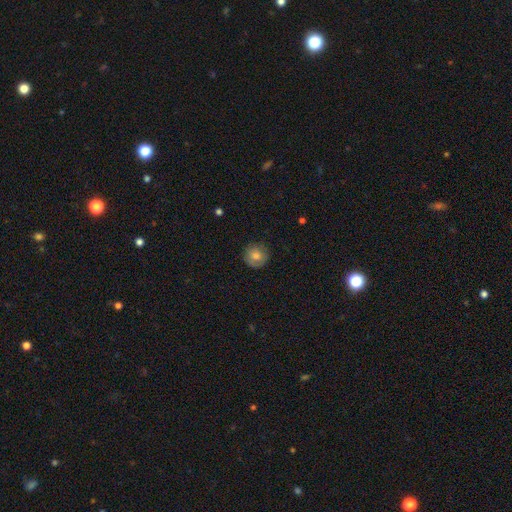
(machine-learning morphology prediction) This appears to be a smooth galaxy with no disk features (74%) that is round (94%). Merging: none (84%).